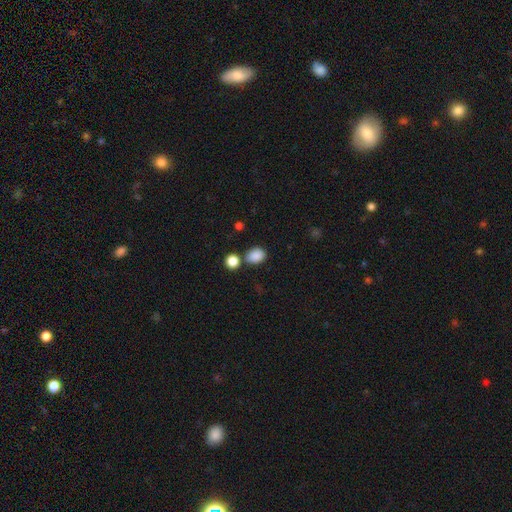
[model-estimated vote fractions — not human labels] A smooth galaxy with no disk features (86%) that is in between round and cigar-shaped (57%). Merging: none (70%).